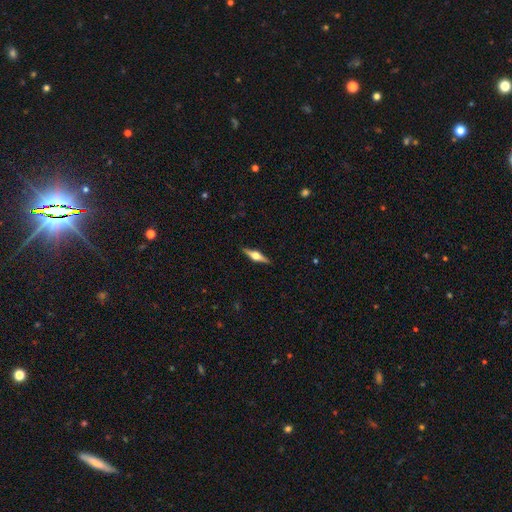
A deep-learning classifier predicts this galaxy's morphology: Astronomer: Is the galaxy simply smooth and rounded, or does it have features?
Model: featured or disk — 75%.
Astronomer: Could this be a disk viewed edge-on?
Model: yes — 98%.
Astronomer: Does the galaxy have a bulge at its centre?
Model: rounded — 94%.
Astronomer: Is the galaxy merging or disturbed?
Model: none — 91%.